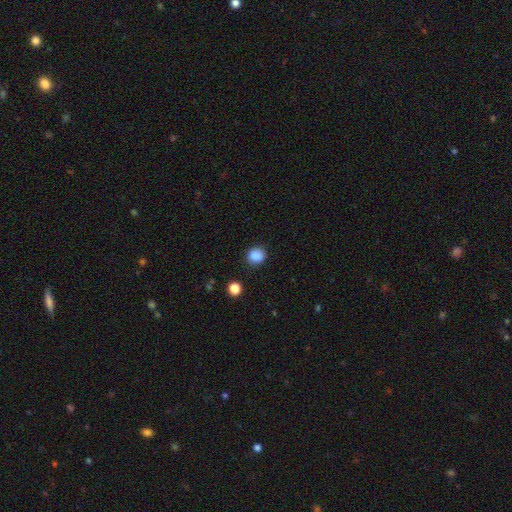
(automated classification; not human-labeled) Smooth or featured?
  - smooth: 87% *
  - star or artifact: 10%
  - featured or disk: 3%
How rounded?
  - round: 81% *
  - in between: 18%
  - cigar-shaped: 1%
Merging?
  - none: 86% *
  - minor disturbance: 9%
  - major disturbance: 3%
  - merger: 2%